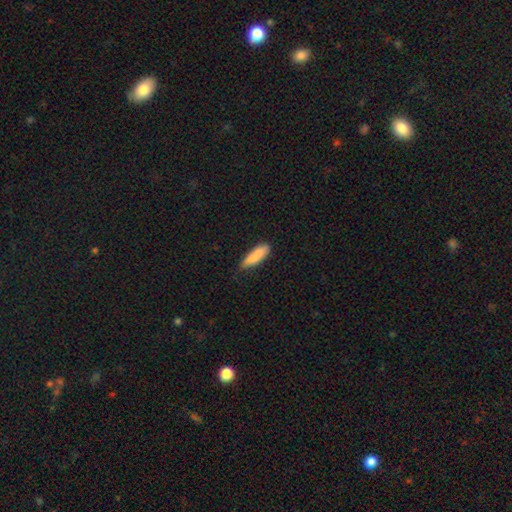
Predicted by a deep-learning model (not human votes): Smooth or featured?
  - smooth: 85% *
  - featured or disk: 9%
  - star or artifact: 6%
How rounded?
  - cigar-shaped: 54% *
  - in between: 44%
  - round: 2%
Merging?
  - none: 71% *
  - minor disturbance: 24%
  - major disturbance: 3%
  - merger: 2%